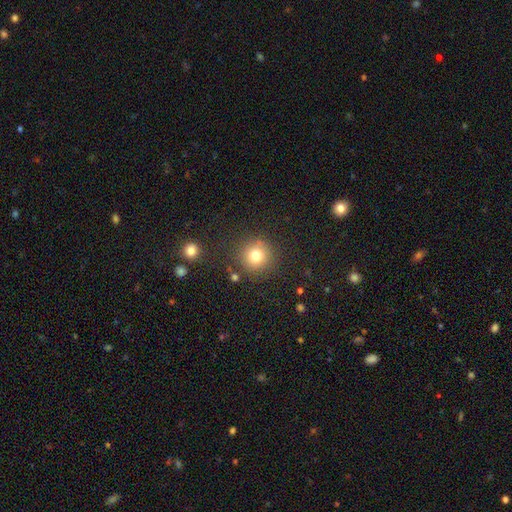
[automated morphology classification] smooth-or-featured: smooth: 77% | star or artifact: 14% | featured or disk: 8%
  how-rounded: round: 94% | in between: 5% | cigar-shaped: 1%
  merging: none: 85% | minor disturbance: 8% | merger: 4% | major disturbance: 3%